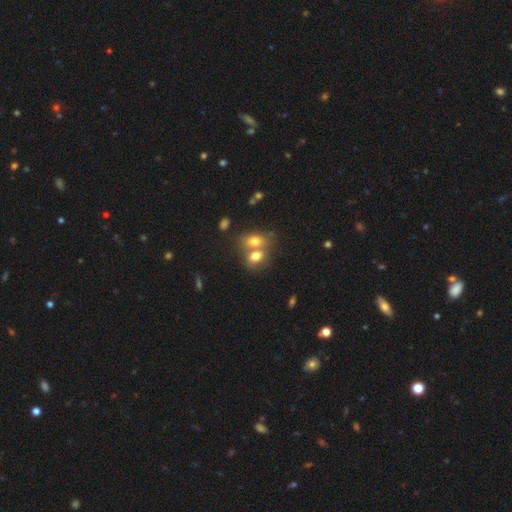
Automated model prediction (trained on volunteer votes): This appears to be a smooth galaxy with no disk features (74%) that is in between round and cigar-shaped (69%). Merging: merger (62%).